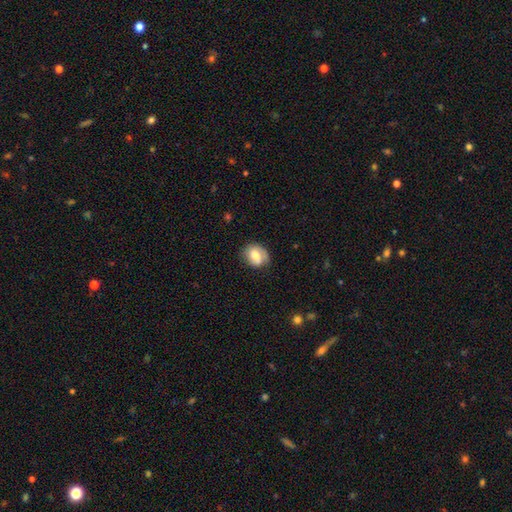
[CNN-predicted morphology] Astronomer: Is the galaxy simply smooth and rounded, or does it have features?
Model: smooth — 61%.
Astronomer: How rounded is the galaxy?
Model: round — 54% (runner-up: in between, 45%).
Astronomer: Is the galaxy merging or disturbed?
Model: none — 62%.